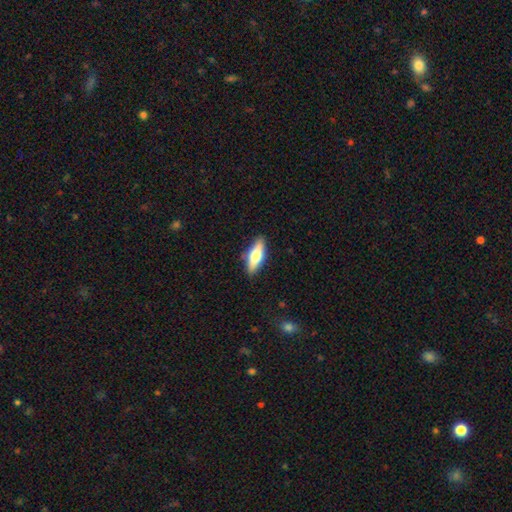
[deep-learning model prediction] Q: Smooth or featured?
A: smooth (55%); runner-up: featured or disk (39%)
Q: How rounded?
A: in between (58%); runner-up: cigar-shaped (40%)
Q: Merging?
A: none (87%); runner-up: minor disturbance (10%)